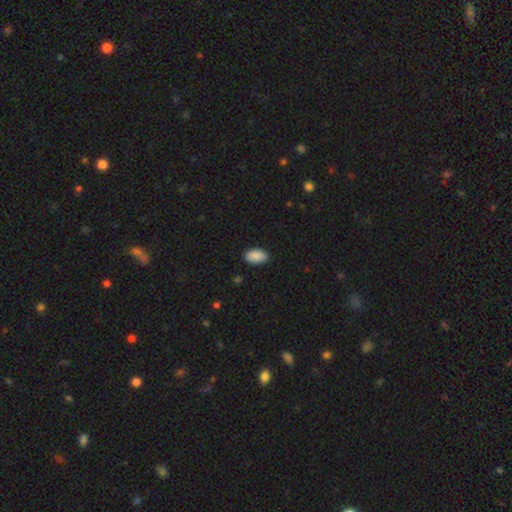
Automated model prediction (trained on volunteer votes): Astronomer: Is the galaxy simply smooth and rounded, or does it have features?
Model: smooth — 89%.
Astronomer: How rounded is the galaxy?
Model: in between — 94%.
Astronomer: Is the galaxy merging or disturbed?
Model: none — 87%.